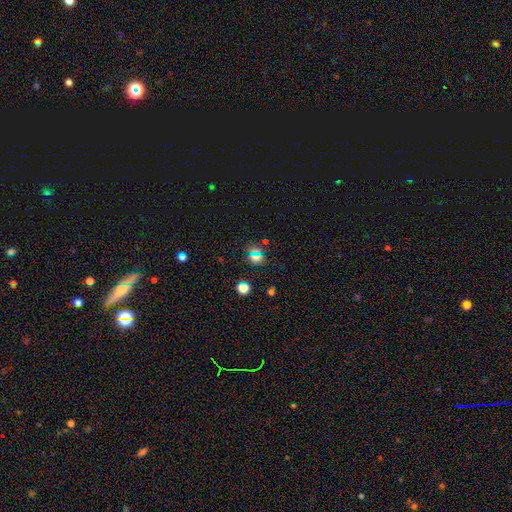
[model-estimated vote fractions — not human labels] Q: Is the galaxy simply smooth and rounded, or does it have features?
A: star or artifact — 48%.